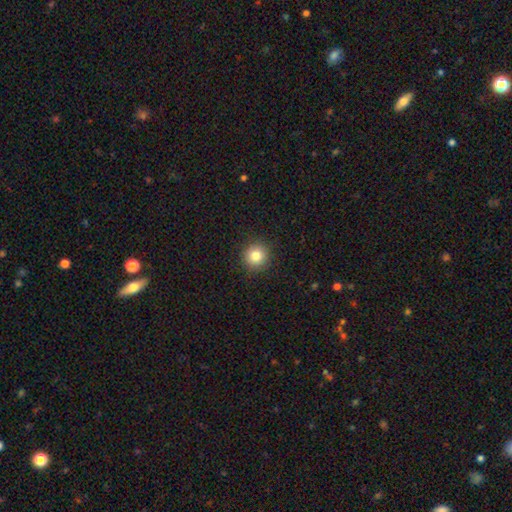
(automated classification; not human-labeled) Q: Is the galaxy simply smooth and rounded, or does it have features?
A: smooth — 82%.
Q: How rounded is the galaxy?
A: round — 94%.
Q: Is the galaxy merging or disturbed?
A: none — 91%.